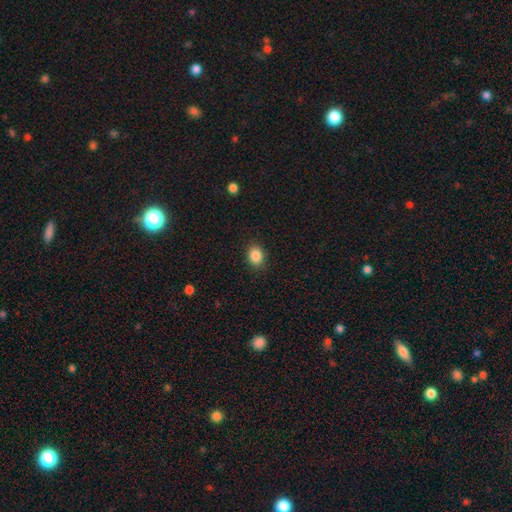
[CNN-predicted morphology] A smooth galaxy with no disk features (87%) that is round (50%). Merging: none (88%).